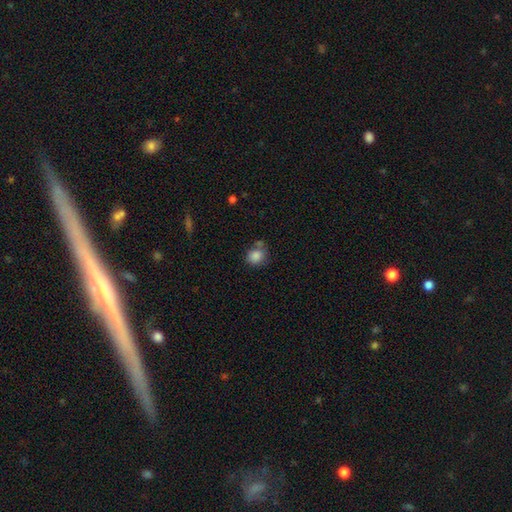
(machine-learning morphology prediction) smooth_or_featured: smooth (p=0.85) [alt: star or artifact p=0.10]
how_rounded: round (p=0.77) [alt: in between p=0.22]
merging: none (p=0.64) [alt: minor disturbance p=0.17]